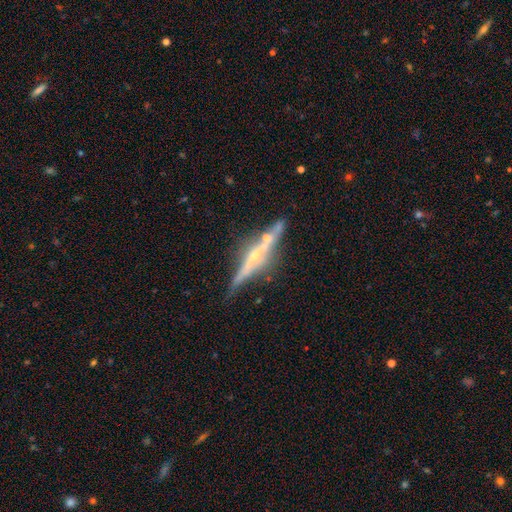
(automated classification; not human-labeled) Q: Smooth or featured?
A: featured or disk (81%); runner-up: smooth (12%)
Q: Edge-on disk?
A: yes (96%); runner-up: no (4%)
Q: Edge-on bulge?
A: rounded (79%); runner-up: none (14%)
Q: Merging?
A: none (73%); runner-up: minor disturbance (14%)